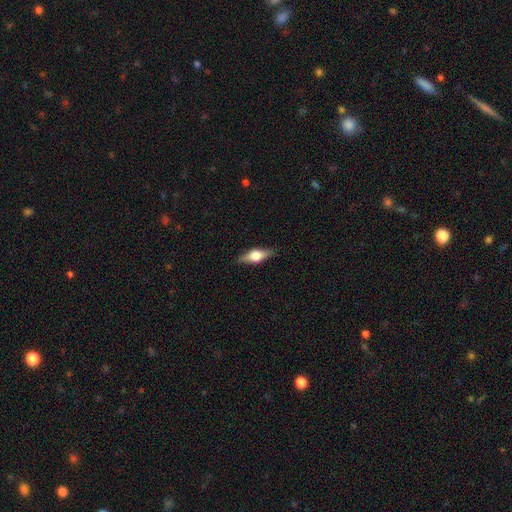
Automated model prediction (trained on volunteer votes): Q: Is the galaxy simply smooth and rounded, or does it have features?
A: featured or disk — 54%.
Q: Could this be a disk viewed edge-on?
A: yes — 94%.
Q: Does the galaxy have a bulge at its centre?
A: rounded — 92%.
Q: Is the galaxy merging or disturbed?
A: none — 86%.